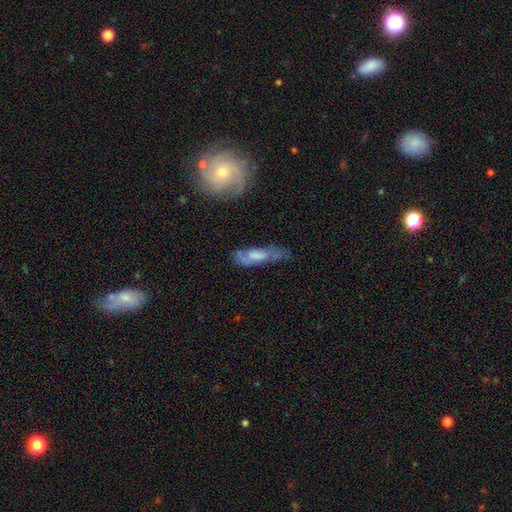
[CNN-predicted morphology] A featured or disk galaxy (54%). Merging: none (52%).